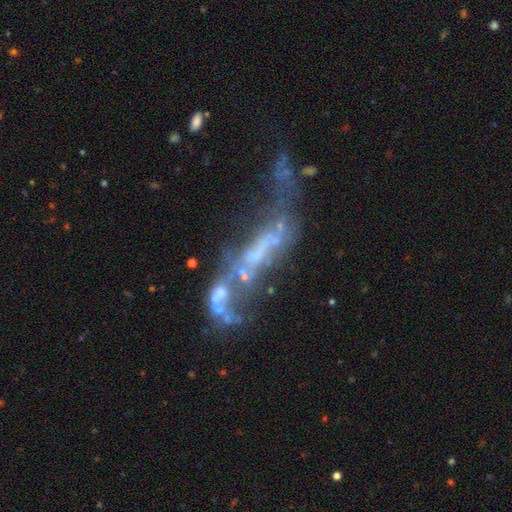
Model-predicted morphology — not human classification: The model was most divided on "merging": merger: 45%, major disturbance: 29%, none: 16%, minor disturbance: 9%. More confident: edge-on disk — no (85%); smooth or featured — featured or disk (67%); spiral arms — no (66%); bar — no (61%); bulge size — none (59%).